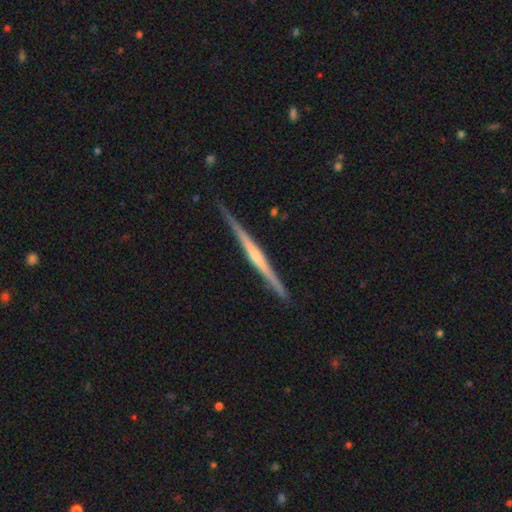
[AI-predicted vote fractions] Smooth or featured?
  - featured or disk: 77% *
  - smooth: 18%
  - star or artifact: 5%
Edge-on disk?
  - yes: 98% *
  - no: 2%
Edge-on bulge?
  - none: 47% *
  - rounded: 44%
  - boxy: 10%
Merging?
  - none: 87% *
  - minor disturbance: 10%
  - major disturbance: 2%
  - merger: 1%